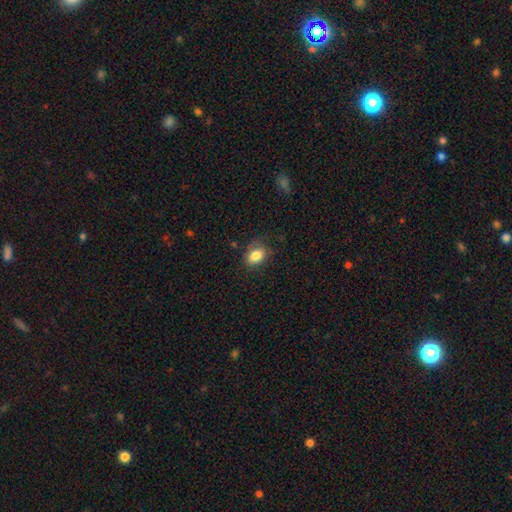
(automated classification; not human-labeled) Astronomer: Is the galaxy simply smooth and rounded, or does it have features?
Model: smooth — 84%.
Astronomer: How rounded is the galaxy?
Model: in between — 74%.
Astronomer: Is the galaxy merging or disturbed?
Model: none — 72%.